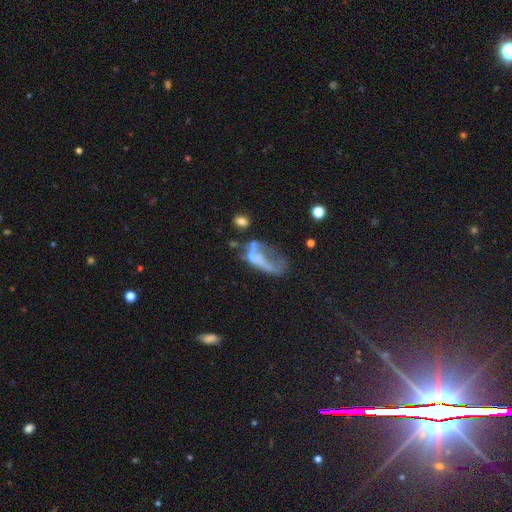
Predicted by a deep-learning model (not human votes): smooth-or-featured: featured or disk: 49% | smooth: 36% | star or artifact: 15%
  merging: major disturbance: 47% | none: 21% | merger: 17% | minor disturbance: 15%